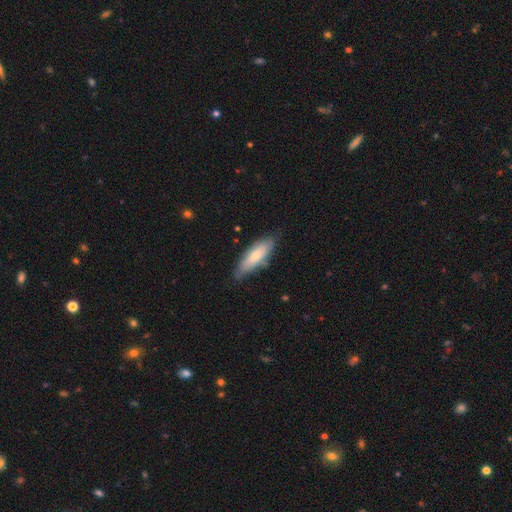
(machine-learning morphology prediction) Smooth or featured?
  - smooth: 70% *
  - featured or disk: 25%
  - star or artifact: 5%
How rounded?
  - in between: 55% *
  - cigar-shaped: 44%
  - round: 2%
Merging?
  - none: 69% *
  - minor disturbance: 24%
  - major disturbance: 4%
  - merger: 2%